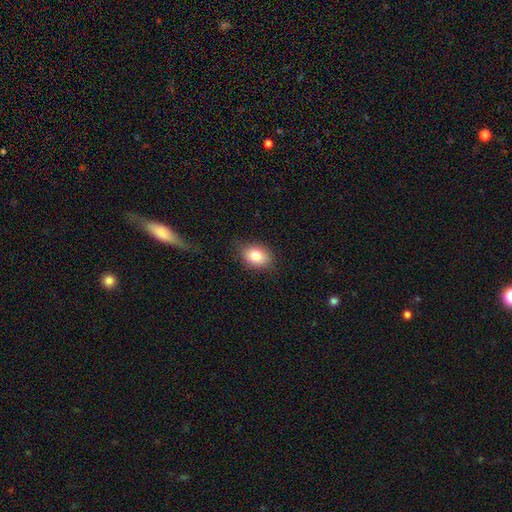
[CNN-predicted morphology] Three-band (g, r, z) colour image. It shows a smooth galaxy with no disk features (82%) that is in between round and cigar-shaped (75%). Merging: none (81%).